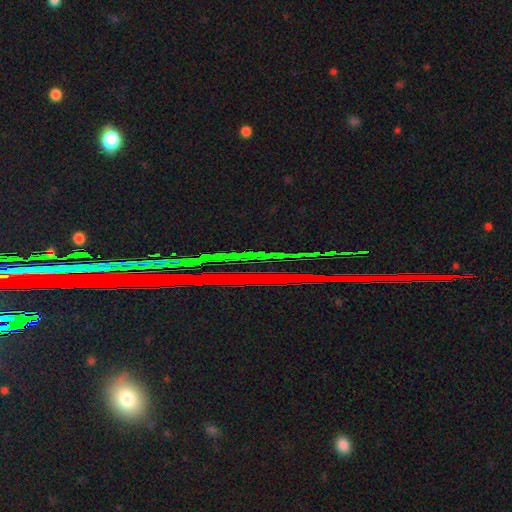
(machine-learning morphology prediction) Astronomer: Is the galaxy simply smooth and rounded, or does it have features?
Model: star or artifact — 79%.